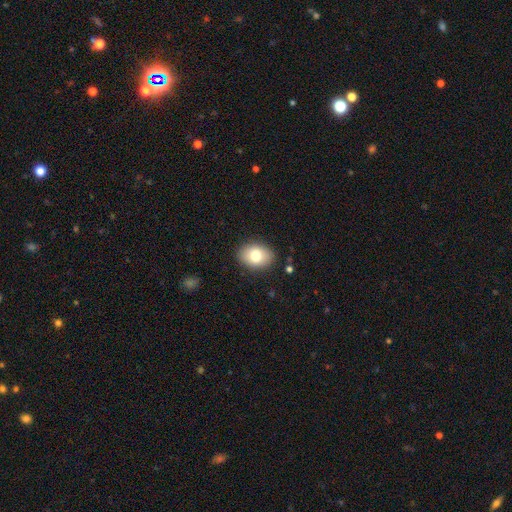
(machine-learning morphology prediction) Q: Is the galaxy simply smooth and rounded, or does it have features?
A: smooth — 77%.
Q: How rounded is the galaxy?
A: in between — 75%.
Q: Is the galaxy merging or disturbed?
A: none — 87%.